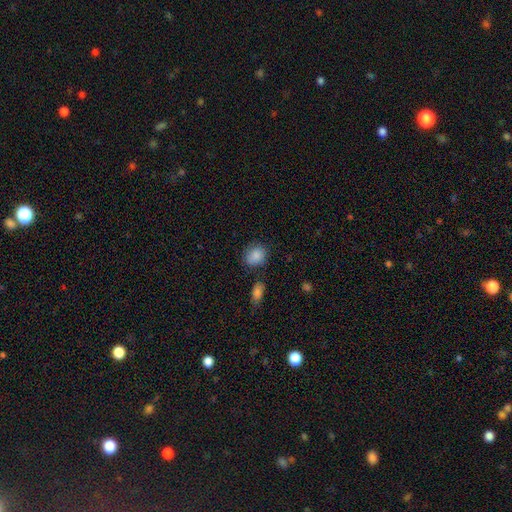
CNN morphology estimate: Smooth or featured? smooth (87%)
How rounded? round (57%)
Merging? none (73%)